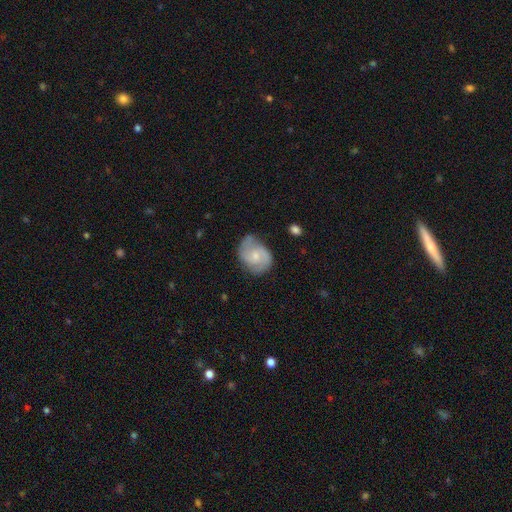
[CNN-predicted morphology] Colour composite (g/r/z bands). It shows a featured or disk galaxy (67%) with no bar (60%), 2 (79%) medium (49%) spiral arms (91%) and a small central bulge (53%). Merging: none (60%).